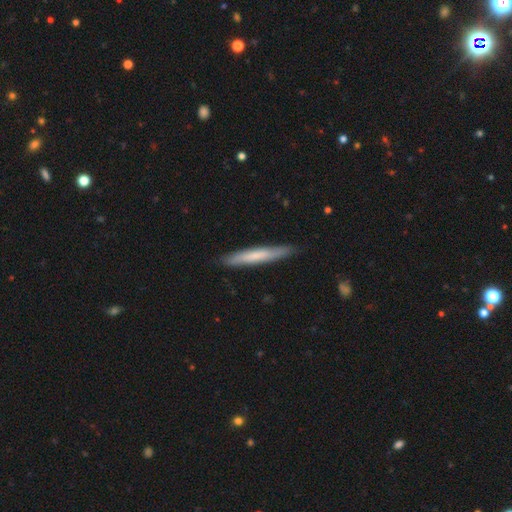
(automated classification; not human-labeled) The model was most divided on "smooth or featured": smooth: 62%, featured or disk: 32%, star or artifact: 5%. More confident: how rounded — cigar-shaped (95%); merging — none (87%).